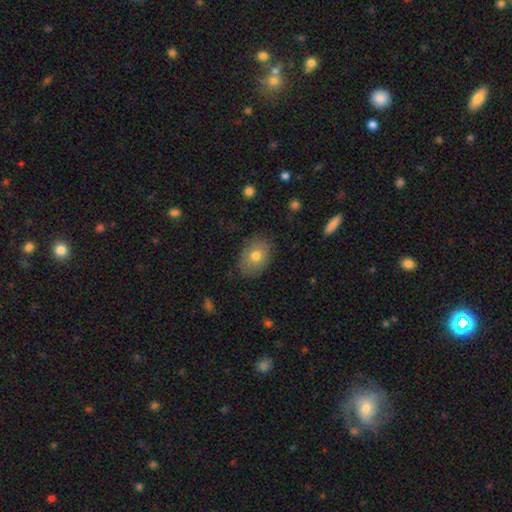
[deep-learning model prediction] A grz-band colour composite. It shows a smooth galaxy with no disk features (73%) that is in between round and cigar-shaped (73%). Merging: none (82%).